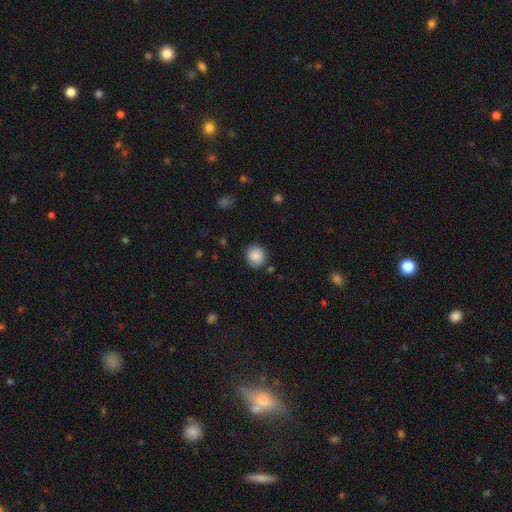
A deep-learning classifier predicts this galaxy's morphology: A smooth galaxy with no disk features (88%) that is round (91%). Merging: none (88%).